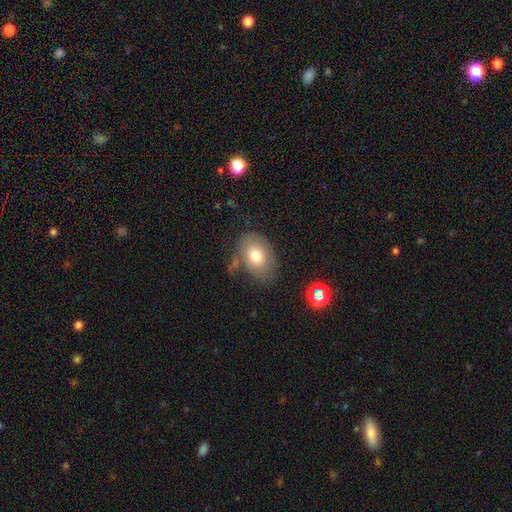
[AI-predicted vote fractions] This appears to be a smooth galaxy with no disk features (74%) that is in between round and cigar-shaped (76%). Merging: none (67%).